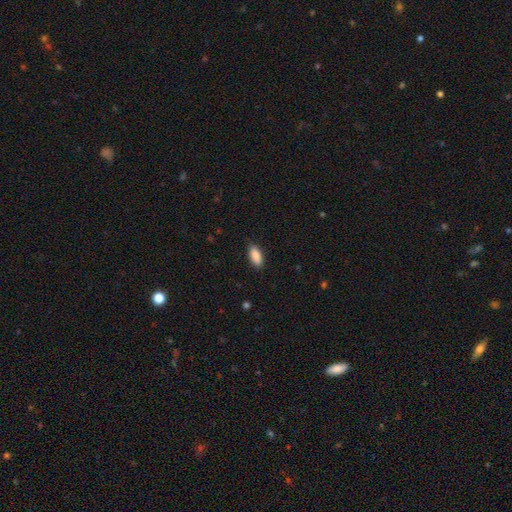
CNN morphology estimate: Smooth or featured?
  - smooth: 89% *
  - star or artifact: 7%
  - featured or disk: 5%
How rounded?
  - in between: 86% *
  - cigar-shaped: 11%
  - round: 2%
Merging?
  - none: 86% *
  - minor disturbance: 11%
  - major disturbance: 2%
  - merger: 1%